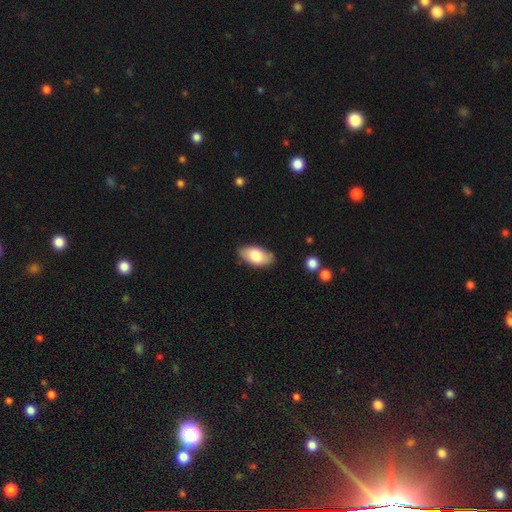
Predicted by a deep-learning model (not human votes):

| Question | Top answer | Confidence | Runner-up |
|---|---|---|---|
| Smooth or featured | smooth | 79% | featured or disk (15%) |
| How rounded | in between | 94% | cigar-shaped (4%) |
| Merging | none | 81% | minor disturbance (15%) |